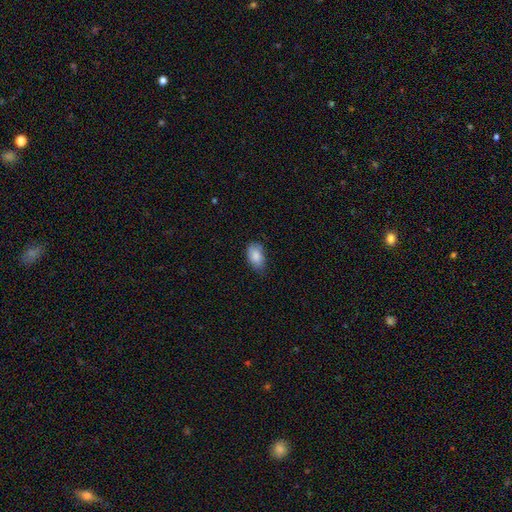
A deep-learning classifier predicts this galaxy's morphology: This is clearly a smooth galaxy (86%). How rounded: clearly in between (92%). Merging: likely none (67%).